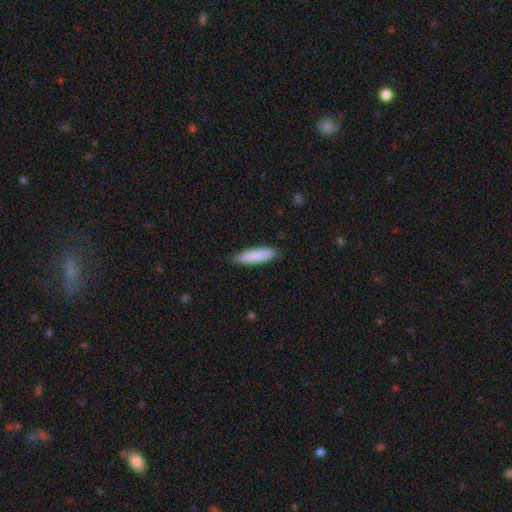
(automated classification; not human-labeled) A smooth galaxy with no disk features (87%) that is cigar-shaped (75%).

Vote fractions:
- Smooth or featured? smooth: 87% / featured or disk: 7% / star or artifact: 5%
- How rounded? cigar-shaped: 75% / in between: 24% / round: 1%
- Merging? none: 87% / minor disturbance: 10% / major disturbance: 2% / merger: 1%